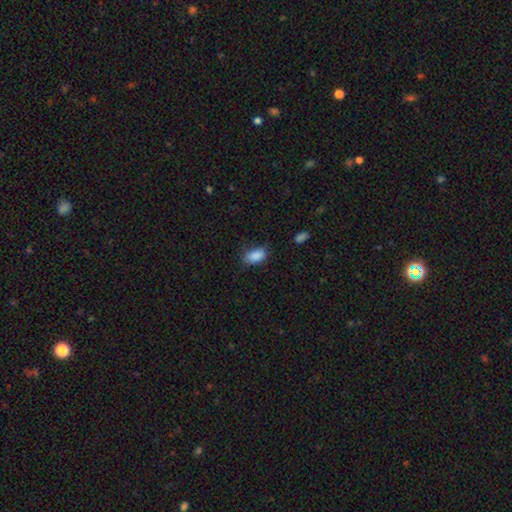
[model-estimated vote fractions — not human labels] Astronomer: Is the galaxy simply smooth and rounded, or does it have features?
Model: smooth — 88%.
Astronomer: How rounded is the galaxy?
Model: in between — 91%.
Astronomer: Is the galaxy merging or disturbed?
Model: none — 72%.